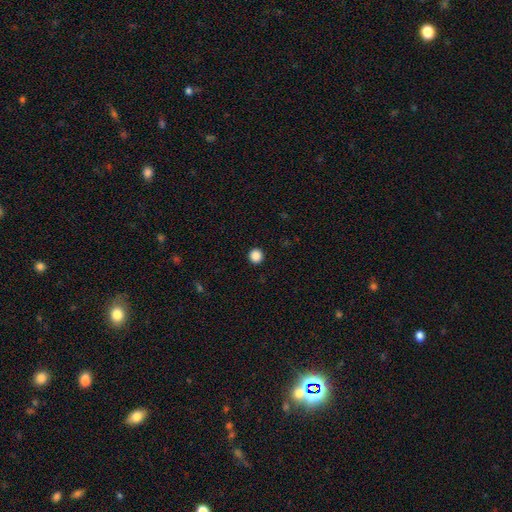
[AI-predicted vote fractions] The model was most divided on "smooth or featured": smooth: 88%, star or artifact: 9%, featured or disk: 2%. More confident: how rounded — round (94%); merging — none (94%).